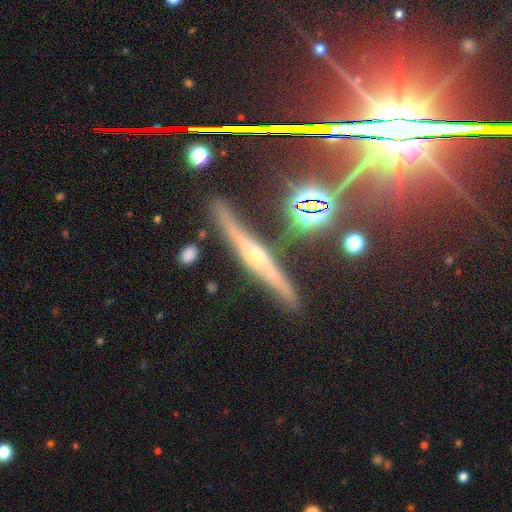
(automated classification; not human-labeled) smooth_or_featured: featured or disk (p=0.76) [alt: star or artifact p=0.13]
disk_edge_on: yes (p=0.96) [alt: no p=0.04]
edge_on_bulge: rounded (p=0.84) [alt: none p=0.09]
merging: none (p=0.83) [alt: minor disturbance p=0.11]